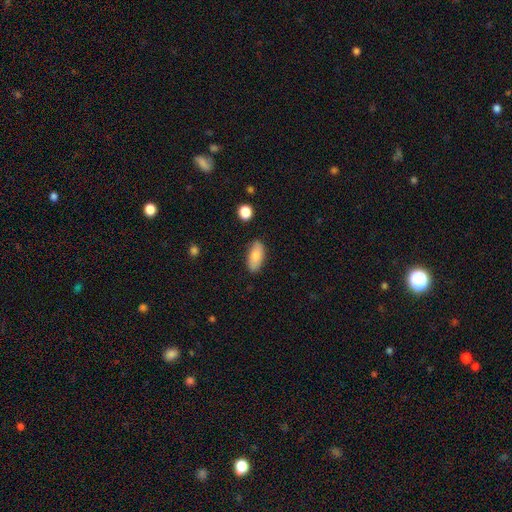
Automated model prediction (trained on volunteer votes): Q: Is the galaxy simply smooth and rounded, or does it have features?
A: smooth — 83%.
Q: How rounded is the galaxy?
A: in between — 89%.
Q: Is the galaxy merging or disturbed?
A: none — 83%.